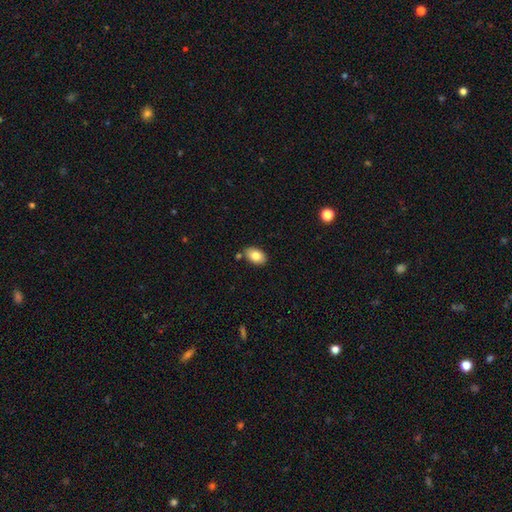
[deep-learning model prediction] A smooth galaxy with no disk features (81%) that is in between round and cigar-shaped (89%). Merging: none (80%).